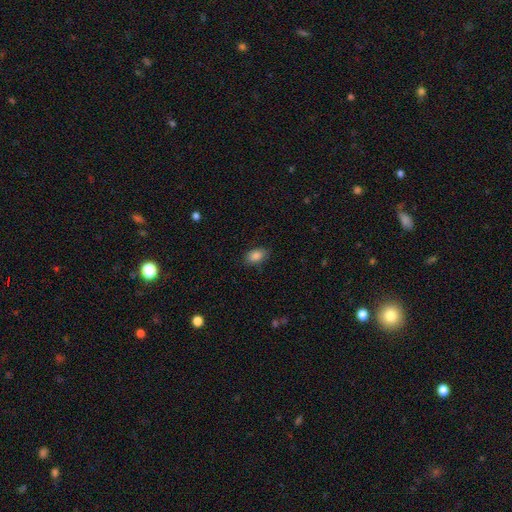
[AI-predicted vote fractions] smooth_or_featured: smooth (p=0.86) [alt: star or artifact p=0.09]
how_rounded: in between (p=0.88) [alt: round p=0.11]
merging: none (p=0.82) [alt: minor disturbance p=0.14]